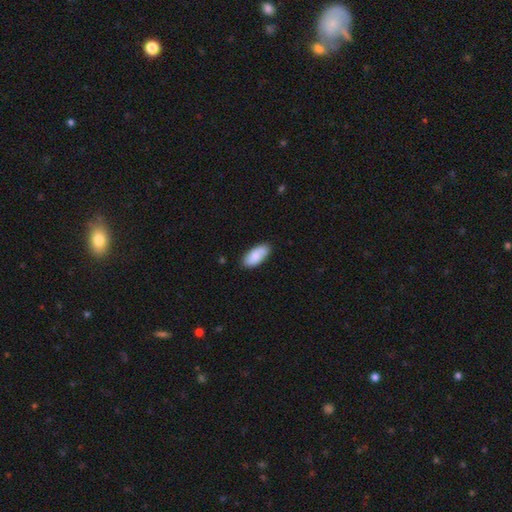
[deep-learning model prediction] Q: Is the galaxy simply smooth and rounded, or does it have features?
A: smooth — 85%.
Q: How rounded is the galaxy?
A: in between — 90%.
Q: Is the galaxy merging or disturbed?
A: none — 84%.